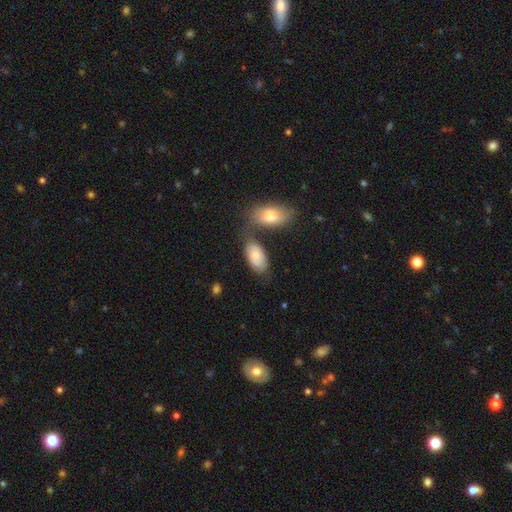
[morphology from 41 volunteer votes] Smooth or featured? 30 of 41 (73%) said smooth. How rounded? 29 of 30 (97%) said in between. Merging? 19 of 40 (48%) said none.